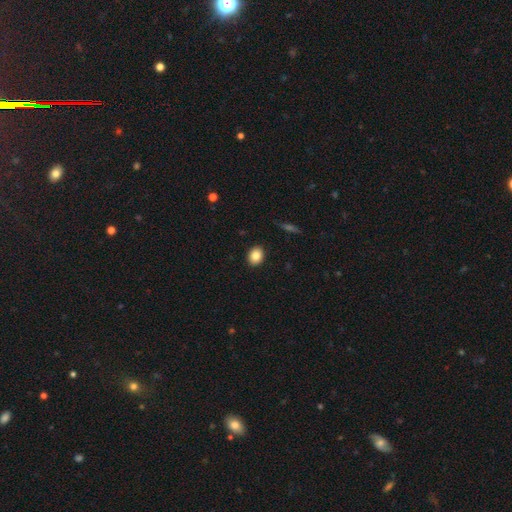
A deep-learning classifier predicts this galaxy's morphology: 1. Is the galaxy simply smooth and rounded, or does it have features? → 85% smooth, 9% star or artifact, 6% featured or disk.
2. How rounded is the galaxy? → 58% in between, 41% round, 1% cigar-shaped.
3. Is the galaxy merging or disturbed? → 91% none, 6% minor disturbance, 2% major disturbance, 1% merger.